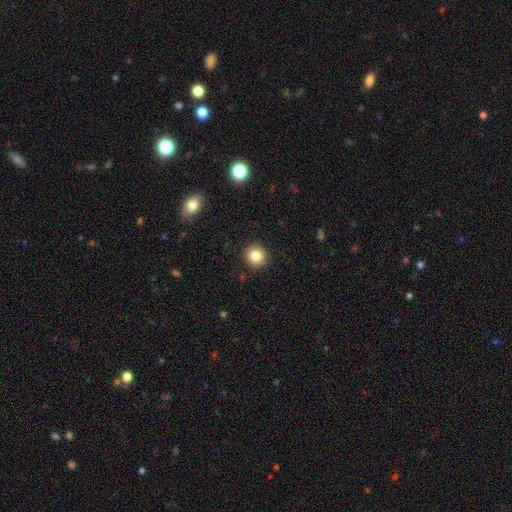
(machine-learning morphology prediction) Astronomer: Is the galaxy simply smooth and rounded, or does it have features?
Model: smooth — 83%.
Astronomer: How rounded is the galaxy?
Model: round — 94%.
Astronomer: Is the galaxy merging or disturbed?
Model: none — 92%.